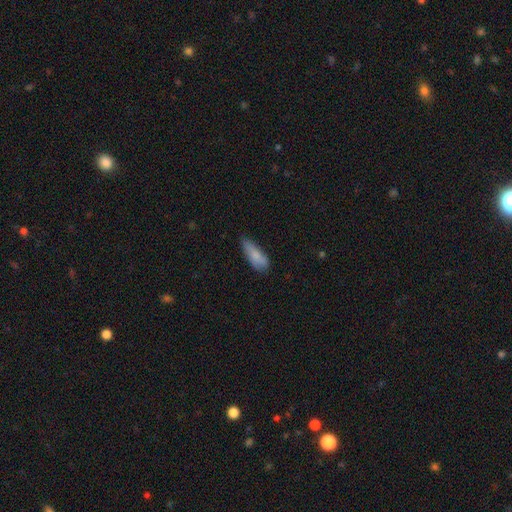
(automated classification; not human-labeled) Smooth or featured? smooth (81%)
How rounded? in between (62%)
Merging? none (57%)